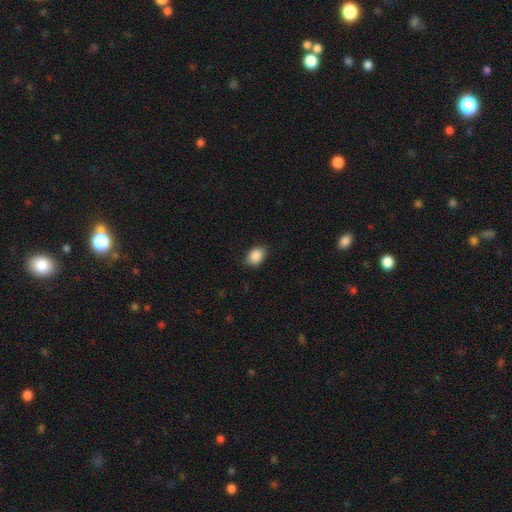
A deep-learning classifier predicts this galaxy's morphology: Q: Smooth or featured?
A: smooth (88%); runner-up: star or artifact (8%)
Q: How rounded?
A: in between (74%); runner-up: round (25%)
Q: Merging?
A: none (81%); runner-up: minor disturbance (15%)